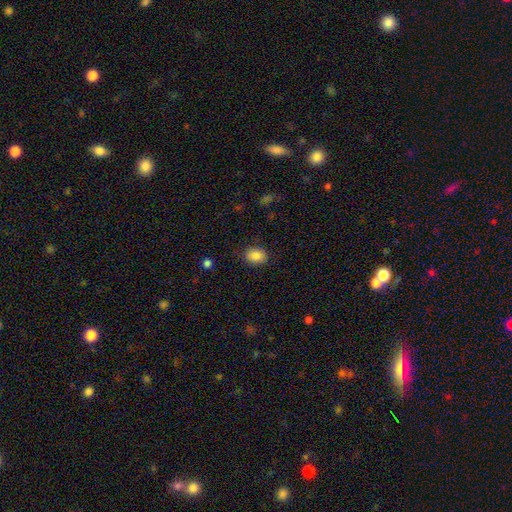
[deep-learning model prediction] smooth-or-featured: smooth: 85% | star or artifact: 8% | featured or disk: 6%
  how-rounded: in between: 69% | round: 30% | cigar-shaped: 1%
  merging: none: 83% | minor disturbance: 13% | major disturbance: 3% | merger: 1%